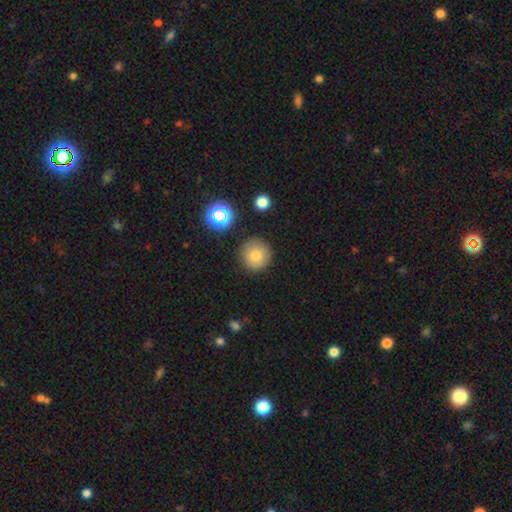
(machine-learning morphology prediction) This appears to be a smooth galaxy with no disk features (75%) that is round (95%). Merging: none (87%).